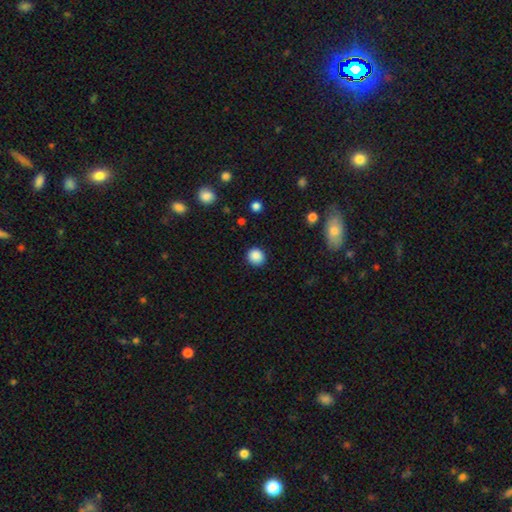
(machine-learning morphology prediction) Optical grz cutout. It shows a smooth galaxy with no disk features (88%) that is round (85%). Merging: none (89%).